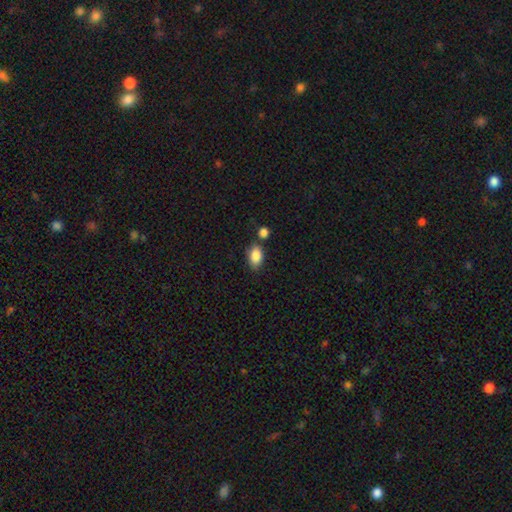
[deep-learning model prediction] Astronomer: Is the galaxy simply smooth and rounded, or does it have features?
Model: smooth — 87%.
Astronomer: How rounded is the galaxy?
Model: in between — 88%.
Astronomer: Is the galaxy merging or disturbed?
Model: none — 70%.